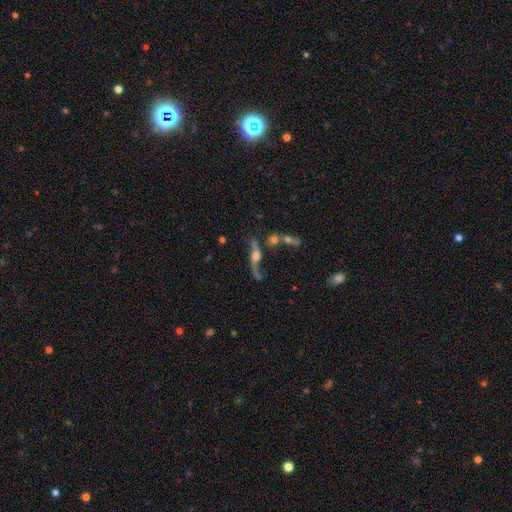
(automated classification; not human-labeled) A featured or disk galaxy (77%).

Vote fractions:
- Smooth or featured? featured or disk: 77% / smooth: 14% / star or artifact: 9%
- Edge-on disk? no: 52% / yes: 48%
- Merging? none: 49% / merger: 19% / minor disturbance: 17% / major disturbance: 15%